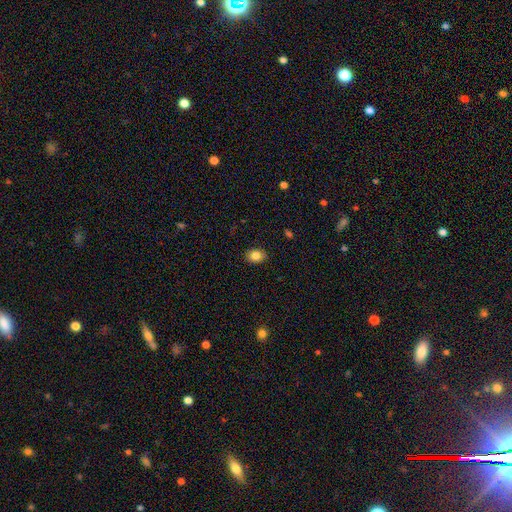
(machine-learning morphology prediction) Q: Smooth or featured?
A: smooth (82%); runner-up: star or artifact (9%)
Q: How rounded?
A: in between (60%); runner-up: round (39%)
Q: Merging?
A: none (88%); runner-up: minor disturbance (9%)